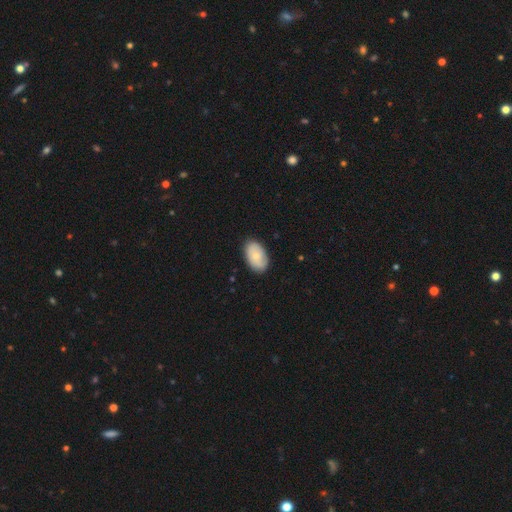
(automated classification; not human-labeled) Morphology: type=smooth (69%); roundness=in between (92%); merging=none (83%).